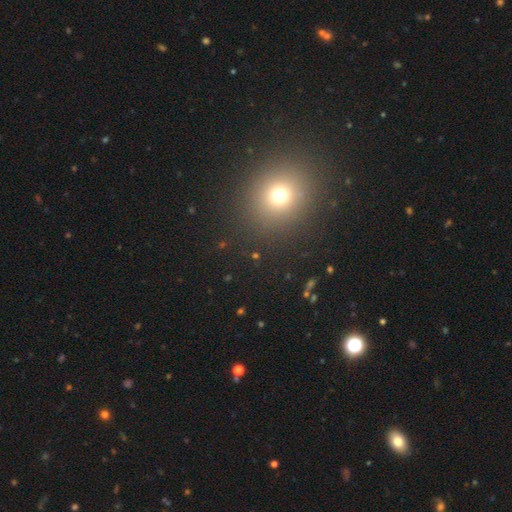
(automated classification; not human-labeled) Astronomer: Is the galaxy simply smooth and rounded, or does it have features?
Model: smooth — 59%.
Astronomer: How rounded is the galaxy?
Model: round — 82%.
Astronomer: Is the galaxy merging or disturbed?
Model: none — 89%.